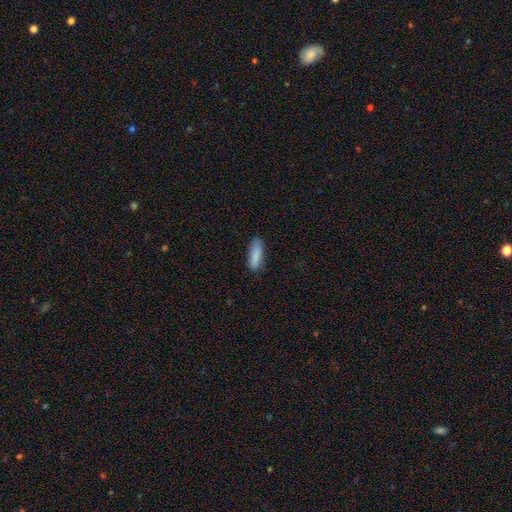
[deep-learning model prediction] Q: Smooth or featured?
A: smooth (86%); runner-up: featured or disk (8%)
Q: How rounded?
A: in between (49%); tied with: cigar-shaped (49%)
Q: Merging?
A: none (80%); runner-up: minor disturbance (16%)